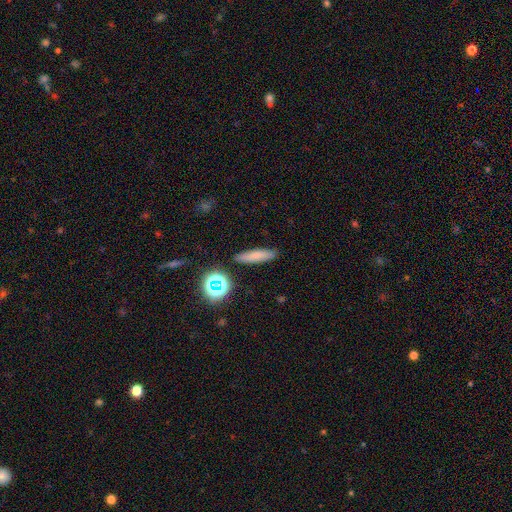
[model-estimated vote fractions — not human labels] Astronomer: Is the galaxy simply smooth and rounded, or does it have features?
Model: smooth — 75%.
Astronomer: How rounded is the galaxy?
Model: cigar-shaped — 79%.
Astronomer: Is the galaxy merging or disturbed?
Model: none — 87%.